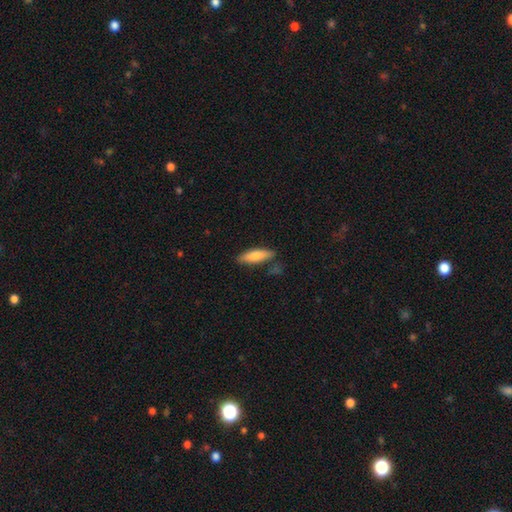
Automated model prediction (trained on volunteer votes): Smooth or featured?
  - smooth: 79% *
  - featured or disk: 15%
  - star or artifact: 6%
How rounded?
  - cigar-shaped: 57% *
  - in between: 41%
  - round: 2%
Merging?
  - none: 77% *
  - minor disturbance: 15%
  - merger: 5%
  - major disturbance: 3%